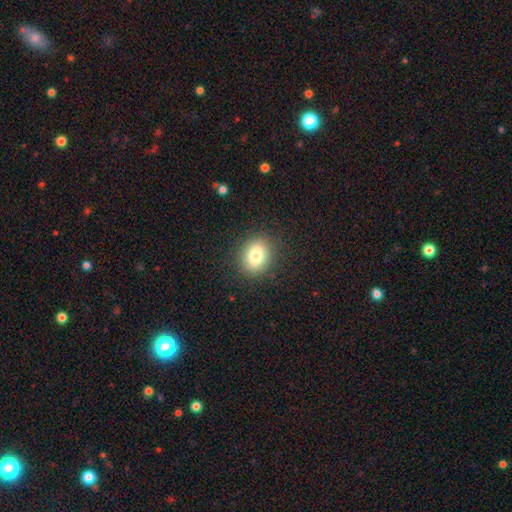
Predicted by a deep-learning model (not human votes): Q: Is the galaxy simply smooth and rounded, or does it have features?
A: smooth — 81%.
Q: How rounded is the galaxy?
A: round — 52%.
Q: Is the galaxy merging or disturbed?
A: none — 88%.